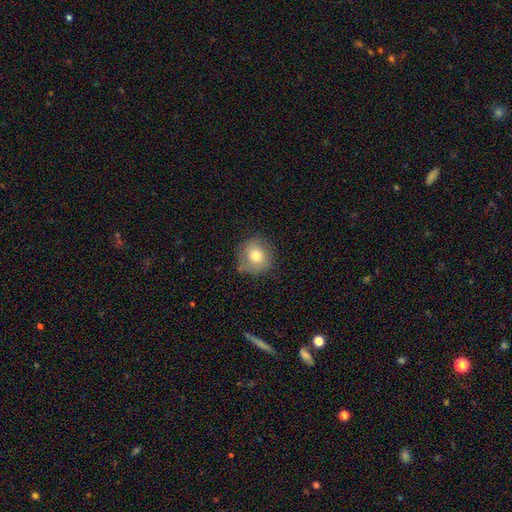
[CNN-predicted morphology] Smooth or featured?
  - smooth: 77% *
  - featured or disk: 14%
  - star or artifact: 9%
How rounded?
  - round: 90% *
  - in between: 9%
  - cigar-shaped: 1%
Merging?
  - none: 79% *
  - minor disturbance: 15%
  - major disturbance: 4%
  - merger: 2%